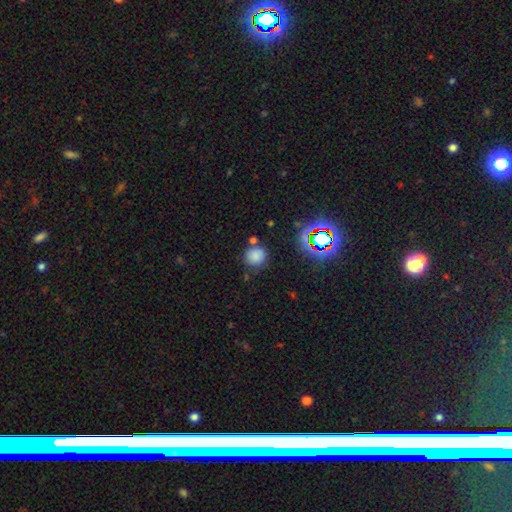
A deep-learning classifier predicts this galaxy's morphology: Smooth or featured? smooth (76%)
How rounded? round (85%)
Merging? none (74%)